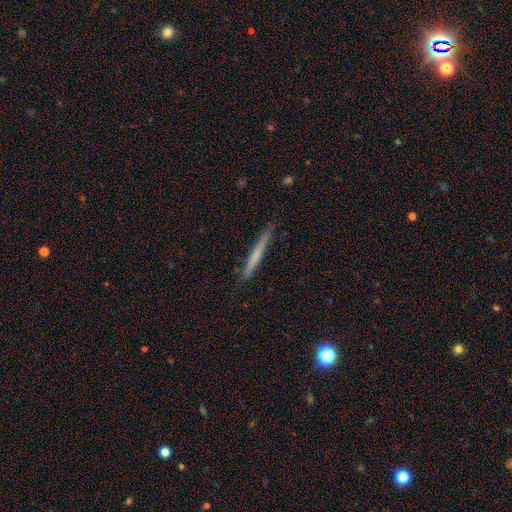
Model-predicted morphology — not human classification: A smooth galaxy with no disk features (57%) that is cigar-shaped (97%). Merging: none (86%).